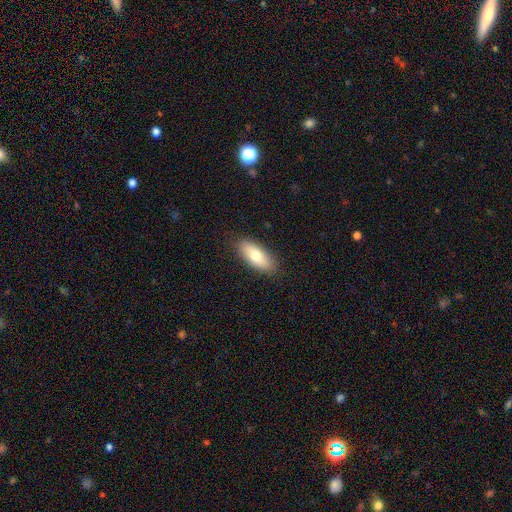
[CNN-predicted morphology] smooth-or-featured: smooth: 76% | featured or disk: 18% | star or artifact: 6%
  how-rounded: in between: 81% | cigar-shaped: 17% | round: 2%
  merging: none: 87% | minor disturbance: 10% | major disturbance: 2% | merger: 1%